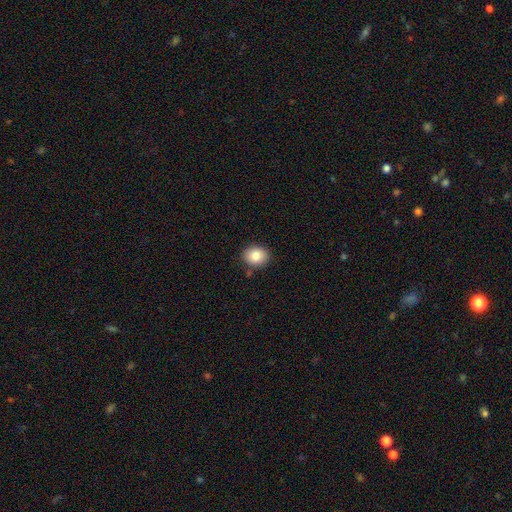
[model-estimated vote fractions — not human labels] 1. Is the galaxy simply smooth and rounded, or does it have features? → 84% smooth, 9% star or artifact, 7% featured or disk.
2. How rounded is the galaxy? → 56% round, 43% in between, 1% cigar-shaped.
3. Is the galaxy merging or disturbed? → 85% none, 10% minor disturbance, 2% merger, 2% major disturbance.